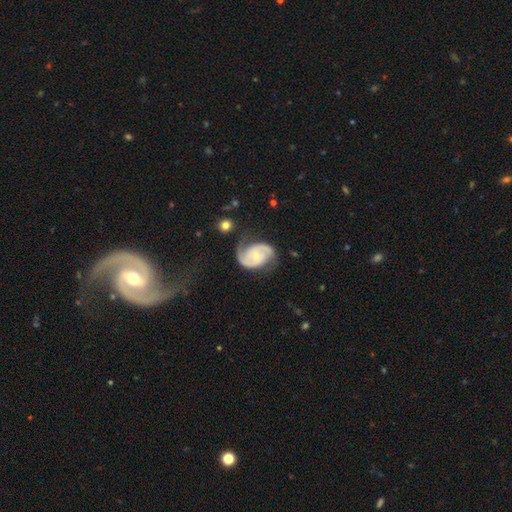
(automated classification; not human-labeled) This is clearly a featured or disk galaxy (86%). It is clearly not viewed edge-on (98%). Bar: possibly no (60%). Spiral arm pattern: clearly yes (97%). Spiral arm count: clearly 2 (89%). Spiral winding: possibly medium (47%). Central bulge: possibly small (50%). Merging: likely none (65%).